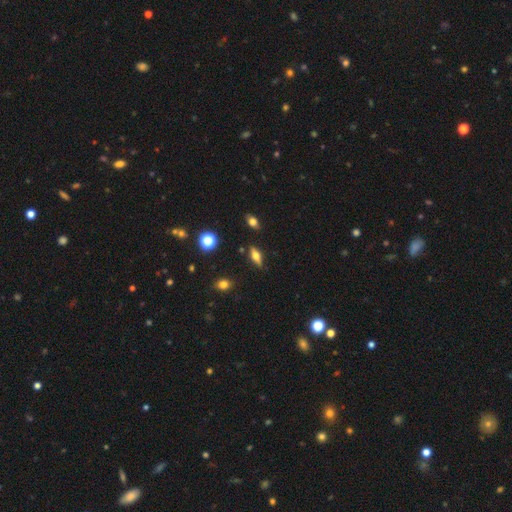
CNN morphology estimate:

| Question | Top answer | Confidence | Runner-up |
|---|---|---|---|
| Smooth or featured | smooth | 45% | featured or disk (43%) |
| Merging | none | 83% | minor disturbance (11%) |